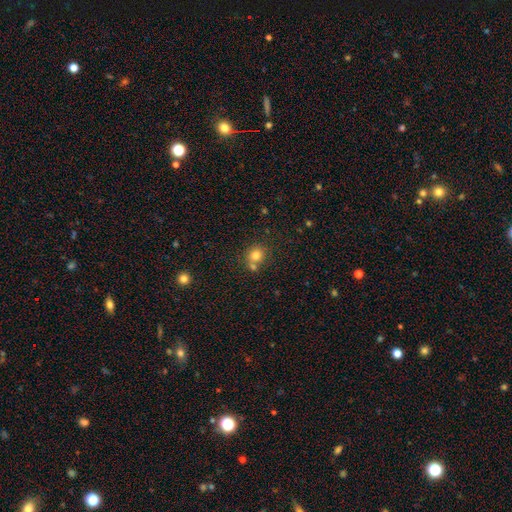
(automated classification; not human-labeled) This appears to be a smooth galaxy with no disk features (79%) that is round (82%). Merging: none (58%).